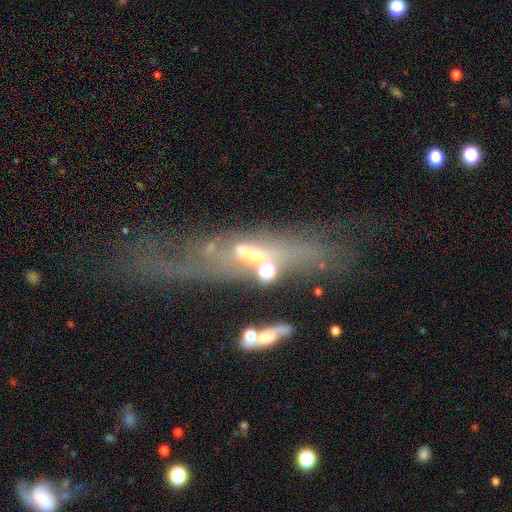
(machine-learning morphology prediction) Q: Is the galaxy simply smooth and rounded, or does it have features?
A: featured or disk — 63%.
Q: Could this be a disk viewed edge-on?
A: no — 61%.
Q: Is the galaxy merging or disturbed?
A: none — 40%.